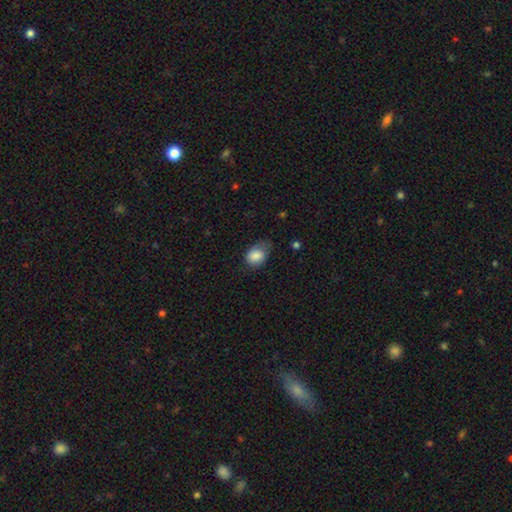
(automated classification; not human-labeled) Smooth or featured?
  - smooth: 83% *
  - featured or disk: 9%
  - star or artifact: 8%
How rounded?
  - in between: 69% *
  - round: 30%
  - cigar-shaped: 1%
Merging?
  - none: 45% *
  - minor disturbance: 38%
  - major disturbance: 15%
  - merger: 2%